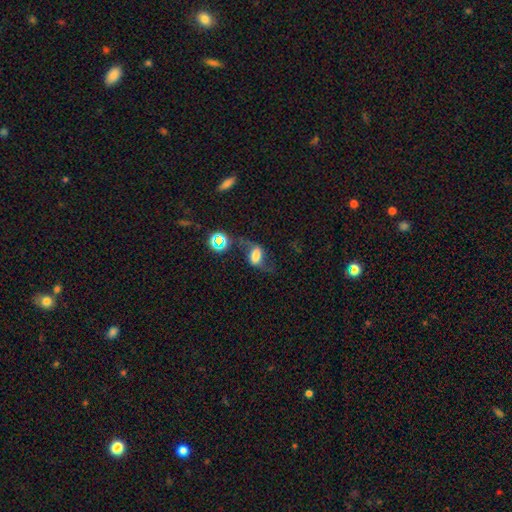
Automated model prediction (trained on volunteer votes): Smooth or featured? featured or disk (44%)
Merging? none (51%)